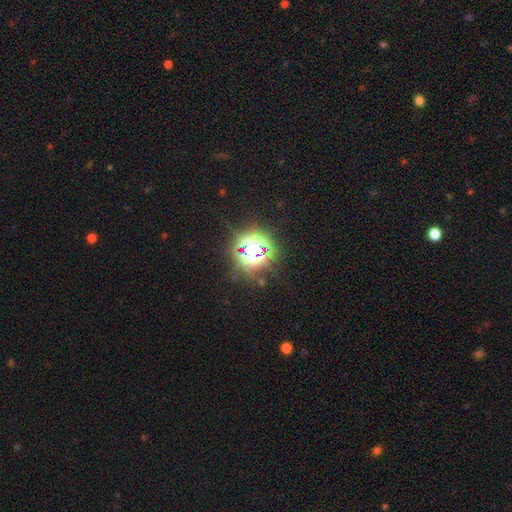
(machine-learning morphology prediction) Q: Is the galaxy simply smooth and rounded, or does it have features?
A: star or artifact — 76%.